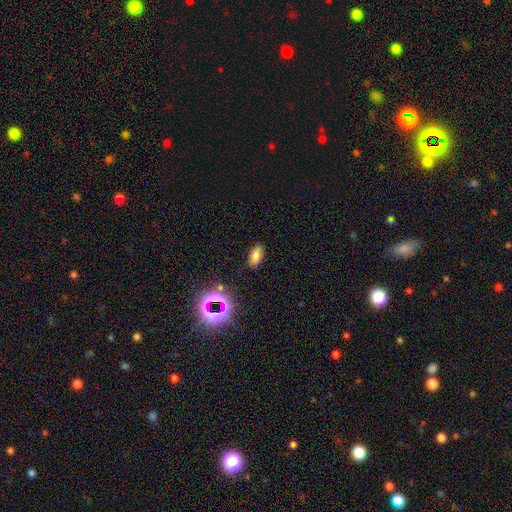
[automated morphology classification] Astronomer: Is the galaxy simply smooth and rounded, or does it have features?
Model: smooth — 72%.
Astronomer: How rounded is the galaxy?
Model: in between — 90%.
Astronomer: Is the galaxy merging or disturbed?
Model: none — 86%.